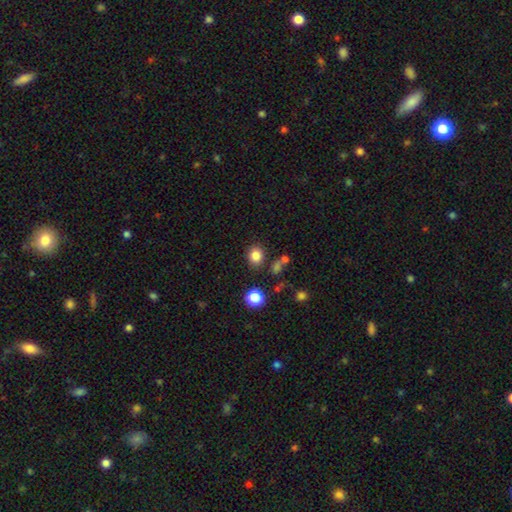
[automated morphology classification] Smooth or featured: smooth — 83% (star or artifact — 13%)
How rounded: round — 63% (in between — 36%)
Merging: none — 81% (minor disturbance — 10%)